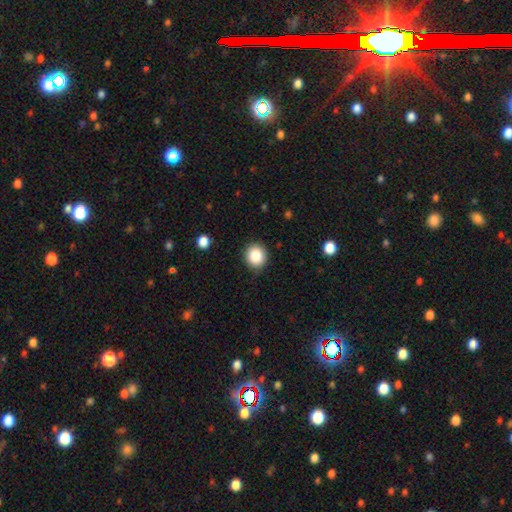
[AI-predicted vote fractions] This appears to be a smooth galaxy with no disk features (86%) that is round (86%). Merging: none (87%).